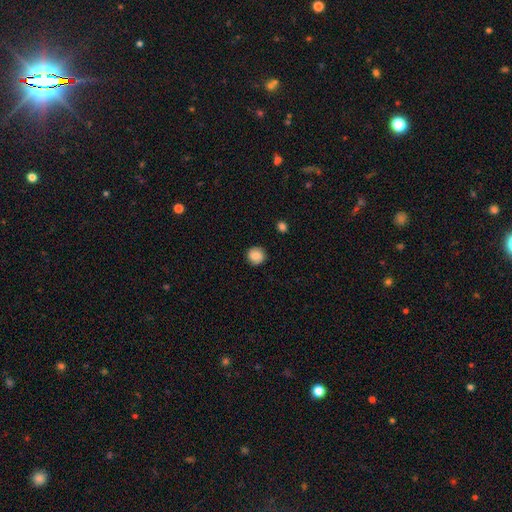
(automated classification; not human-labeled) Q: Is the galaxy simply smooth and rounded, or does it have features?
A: smooth — 77%.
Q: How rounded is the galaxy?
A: round — 91%.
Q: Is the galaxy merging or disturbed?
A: none — 88%.